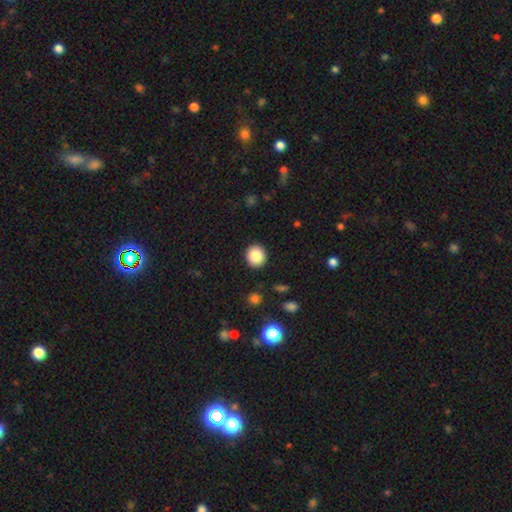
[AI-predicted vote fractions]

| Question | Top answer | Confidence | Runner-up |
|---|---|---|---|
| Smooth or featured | smooth | 85% | star or artifact (9%) |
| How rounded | round | 86% | in between (13%) |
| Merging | none | 91% | minor disturbance (6%) |